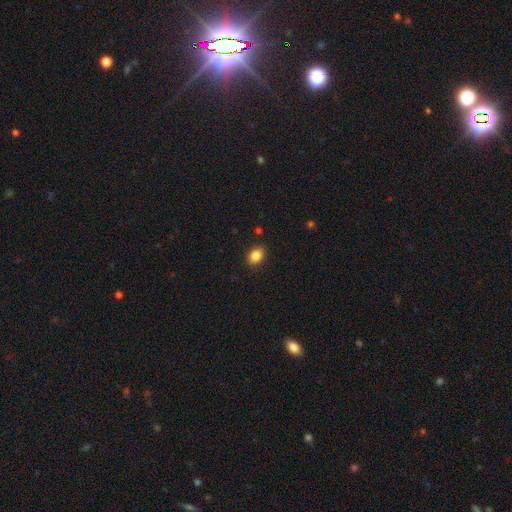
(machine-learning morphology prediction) Smooth or featured? smooth (86%)
How rounded? in between (74%)
Merging? none (89%)